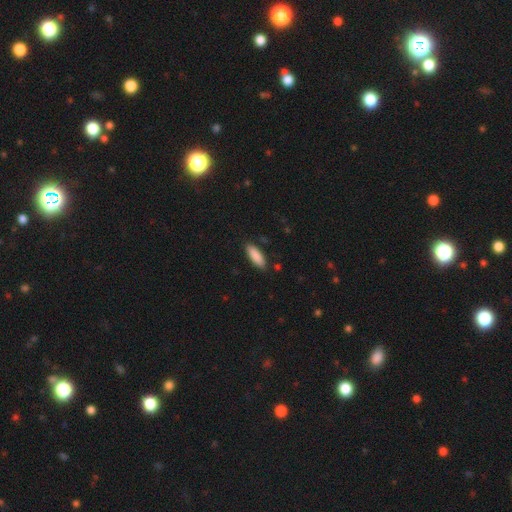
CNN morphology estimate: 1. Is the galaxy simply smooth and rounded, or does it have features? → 89% smooth, 6% star or artifact, 5% featured or disk.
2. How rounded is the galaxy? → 60% in between, 38% cigar-shaped, 1% round.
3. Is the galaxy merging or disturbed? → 87% none, 10% minor disturbance, 2% major disturbance, 1% merger.